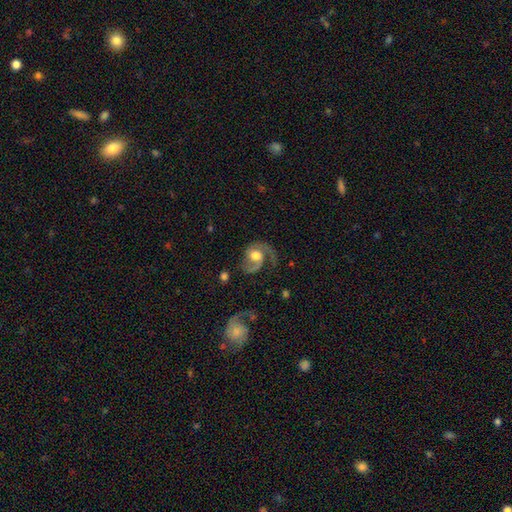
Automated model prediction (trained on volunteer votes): This appears to be a featured or disk galaxy (79%) with no bar (67%), 2 (68%) medium (49%) spiral arms (94%) and a moderate central bulge (54%). Merging: none (52%).